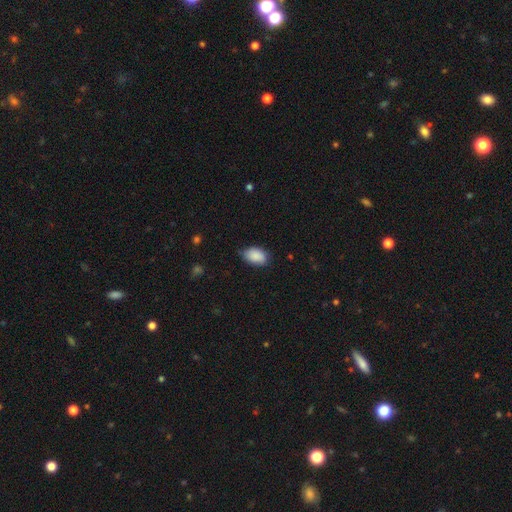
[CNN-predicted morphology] This appears to be a smooth galaxy with no disk features (89%) that is in between round and cigar-shaped (90%). Merging: none (70%).